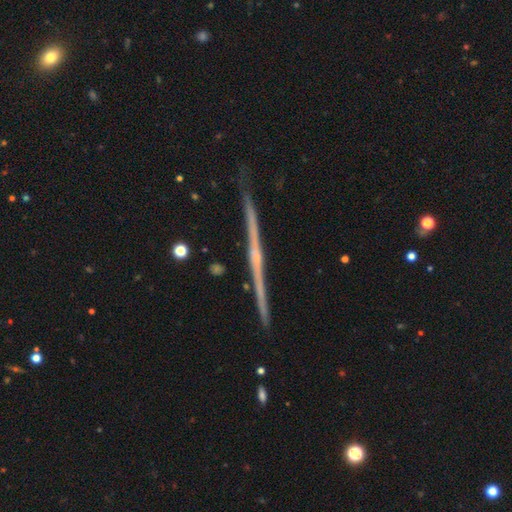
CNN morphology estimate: A featured or disk galaxy (82%) viewed edge-on (98%) with no central bulge (52%). Merging: none (89%).